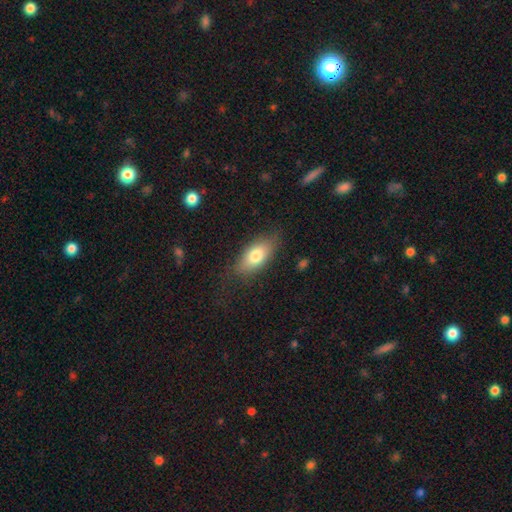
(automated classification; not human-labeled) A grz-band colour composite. It shows a smooth galaxy with no disk features (76%) that is in between round and cigar-shaped (86%). Merging: none (76%).